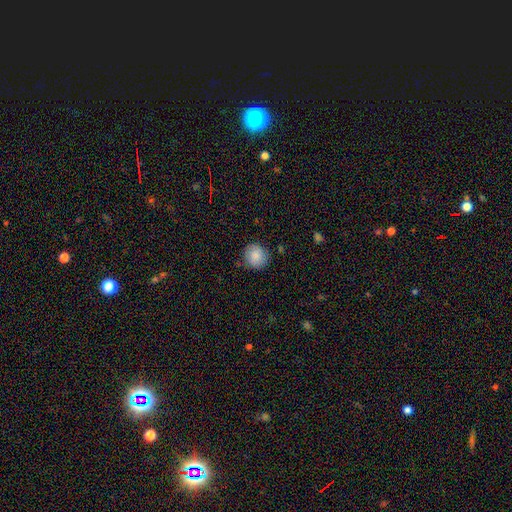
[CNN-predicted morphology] Overall: smooth (84%). How rounded: round (88%). Merging: none (85%).